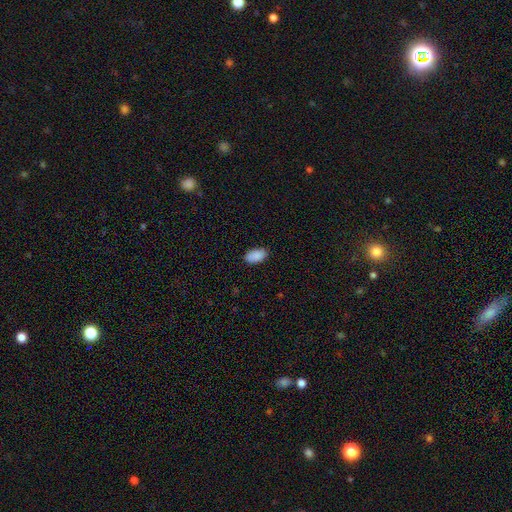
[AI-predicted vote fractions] Smooth or featured: smooth — 90% (star or artifact — 7%)
How rounded: in between — 95% (round — 3%)
Merging: none — 87% (minor disturbance — 10%)